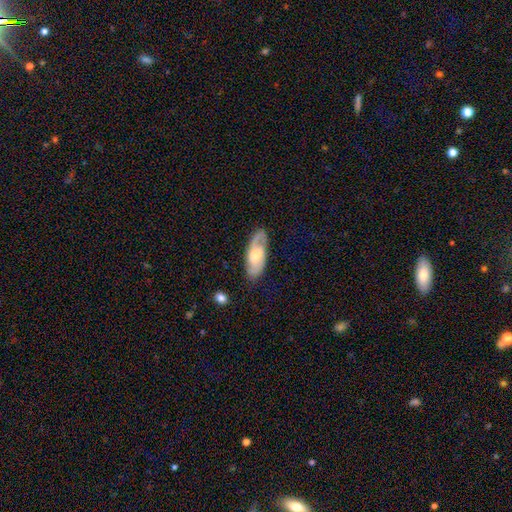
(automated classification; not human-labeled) Smooth or featured: featured or disk — 68% (smooth — 27%)
Edge-on disk: no — 90% (yes — 10%)
Bar: weak — 46% (no — 42%)
Spiral arms: yes — 89% (no — 11%)
Spiral winding: medium — 47% (tight — 33%)
Spiral arm count: 2 — 69% (can't tell — 14%)
Bulge size: moderate — 56% (small — 33%)
Merging: none — 76% (minor disturbance — 17%)